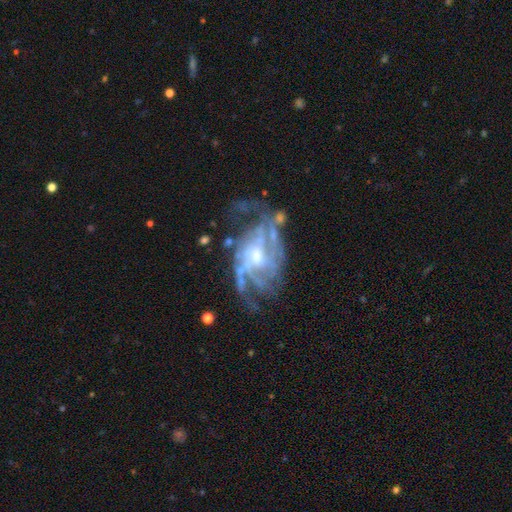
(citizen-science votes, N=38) Smooth or featured? featured or disk (97%)
Edge-on disk? no (100%)
Bar? no (65%)
Spiral arms? yes (95%)
Spiral winding? tight (54%)
Spiral arm count? can't tell (40%)
Bulge size? moderate (51%)
Merging? none (42%)